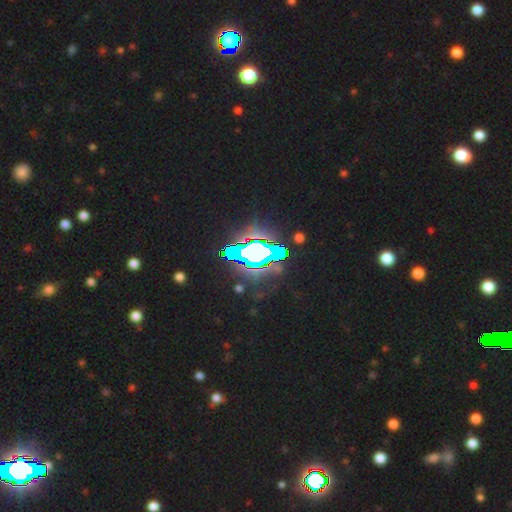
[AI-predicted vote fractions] This is likely a star or artifact rather than a galaxy (74%).